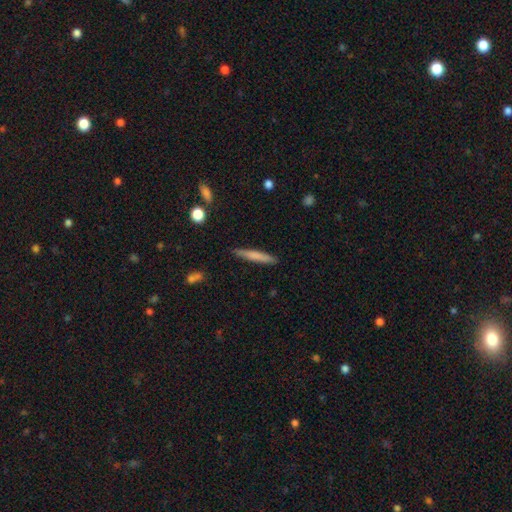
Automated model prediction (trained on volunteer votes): Morphology: type=smooth (71%); roundness=cigar-shaped (94%); merging=none (88%).